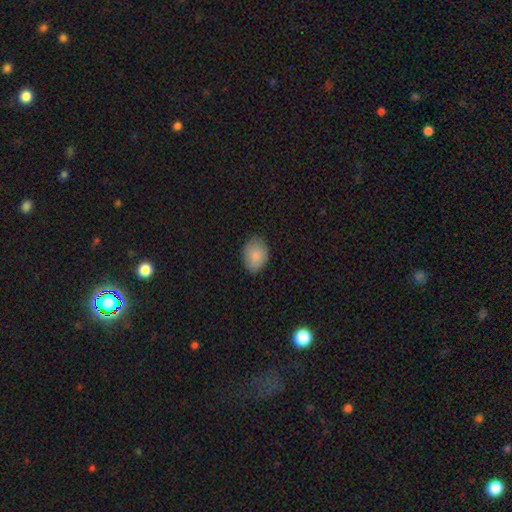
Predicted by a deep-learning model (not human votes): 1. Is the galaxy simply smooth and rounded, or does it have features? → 86% smooth, 7% star or artifact, 6% featured or disk.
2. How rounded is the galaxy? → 74% in between, 25% round, 1% cigar-shaped.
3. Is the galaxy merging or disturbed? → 83% none, 14% minor disturbance, 3% major disturbance, 1% merger.